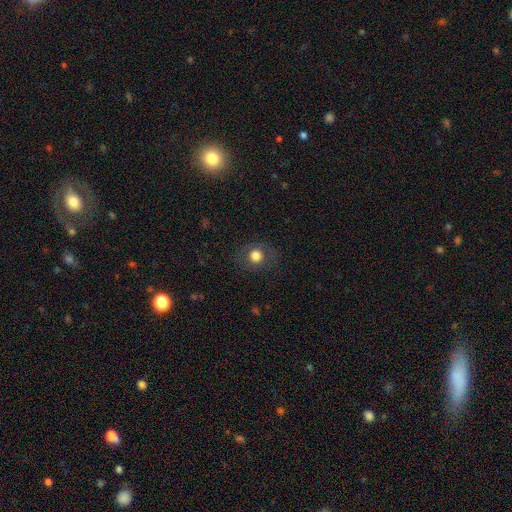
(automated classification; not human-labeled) Smooth or featured? smooth (74%)
How rounded? round (83%)
Merging? none (84%)